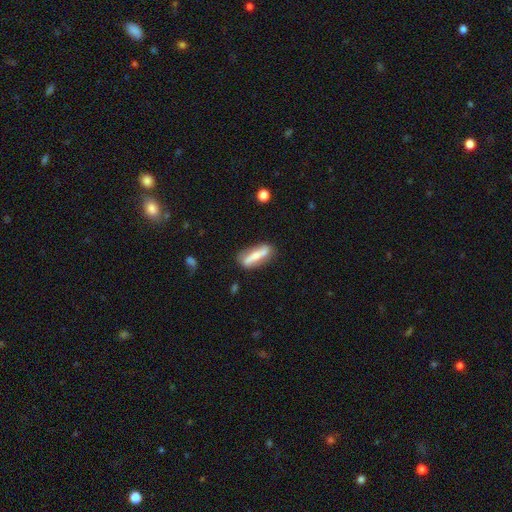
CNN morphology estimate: Overall: smooth (49%; featured or disk 45%). Merging: none (77%).